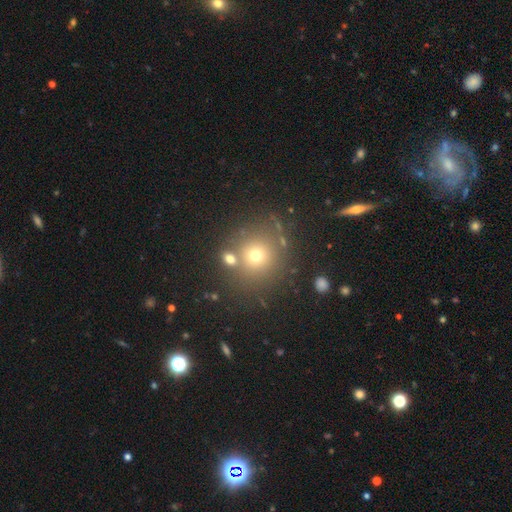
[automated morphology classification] Smooth or featured? Predicted: smooth (p=0.67). How rounded? Predicted: round (p=0.90). Merging? Predicted: none (p=0.75).